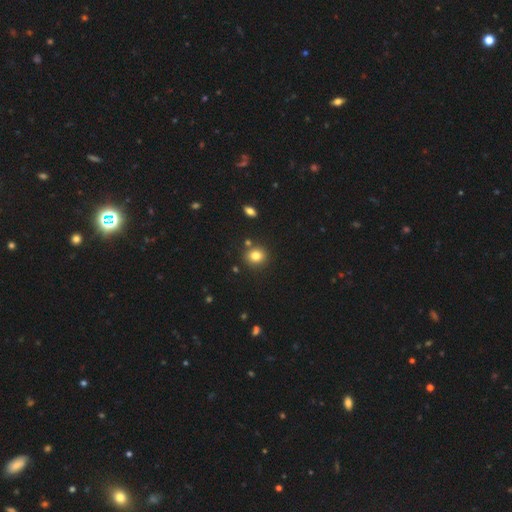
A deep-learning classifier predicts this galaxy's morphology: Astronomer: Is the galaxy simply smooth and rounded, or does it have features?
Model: smooth — 81%.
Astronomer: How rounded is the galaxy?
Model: round — 79%.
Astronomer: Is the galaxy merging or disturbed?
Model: none — 83%.